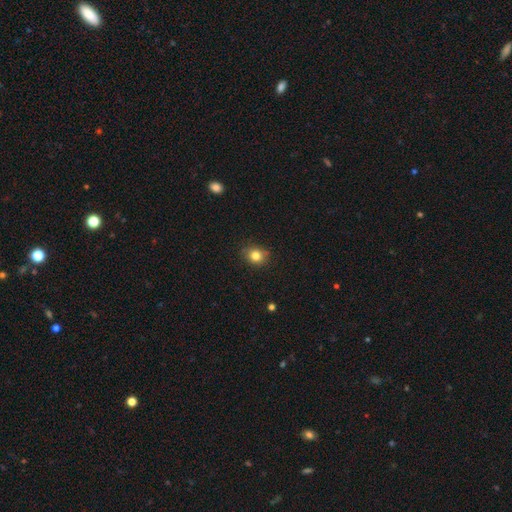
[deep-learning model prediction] smooth 82%, star or artifact 12%, featured or disk 6%. Down the decision tree: how rounded — round (73%); merging — none (83%).